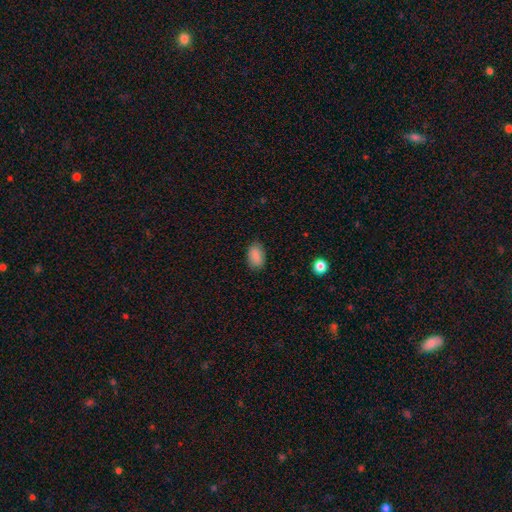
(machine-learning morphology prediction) This is clearly a smooth galaxy (87%). How rounded: clearly in between (90%). Merging: clearly none (83%).